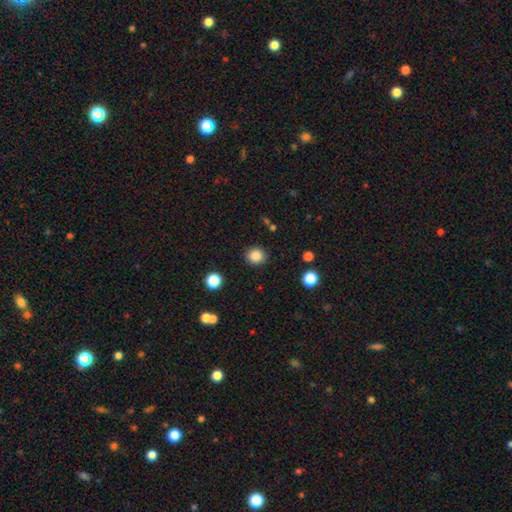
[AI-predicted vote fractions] Smooth or featured?
  - smooth: 86% *
  - star or artifact: 11%
  - featured or disk: 4%
How rounded?
  - round: 87% *
  - in between: 12%
  - cigar-shaped: 1%
Merging?
  - none: 88% *
  - minor disturbance: 7%
  - major disturbance: 3%
  - merger: 2%